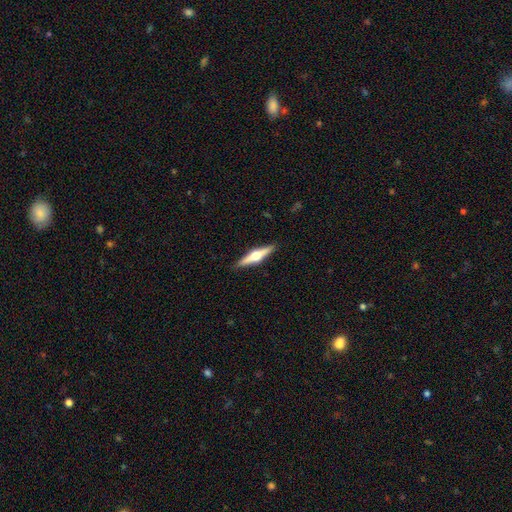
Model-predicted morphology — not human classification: smooth-or-featured: featured or disk: 73% | smooth: 22% | star or artifact: 5%
  disk-edge-on: yes: 98% | no: 2%
    edge-on-bulge: rounded: 96% | boxy: 3% | none: 2%
  merging: none: 91% | minor disturbance: 7% | major disturbance: 1% | merger: 1%